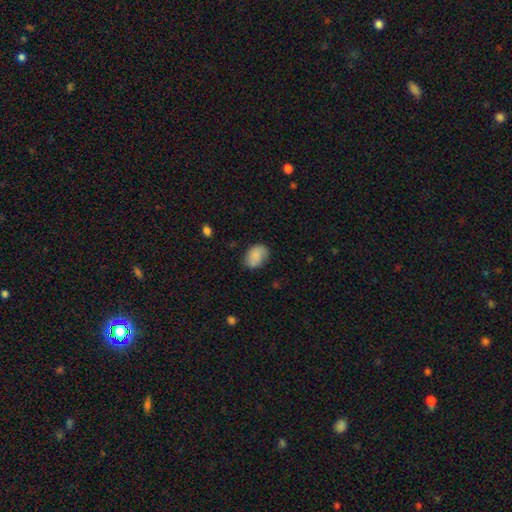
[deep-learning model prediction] Smooth or featured? smooth (82%)
How rounded? in between (77%)
Merging? none (75%)